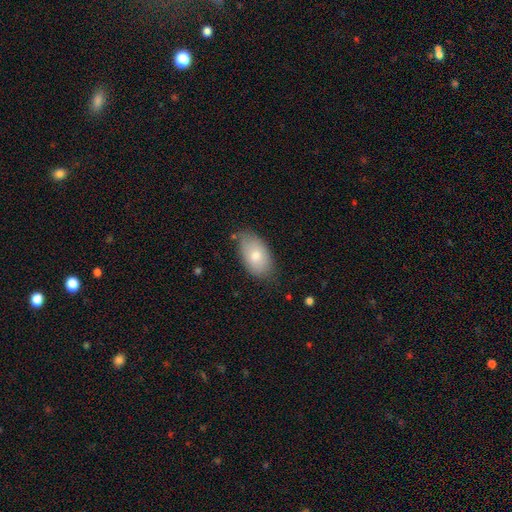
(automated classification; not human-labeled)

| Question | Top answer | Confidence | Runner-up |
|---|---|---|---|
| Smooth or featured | smooth | 78% | featured or disk (16%) |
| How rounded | in between | 93% | round (5%) |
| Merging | none | 69% | minor disturbance (24%) |